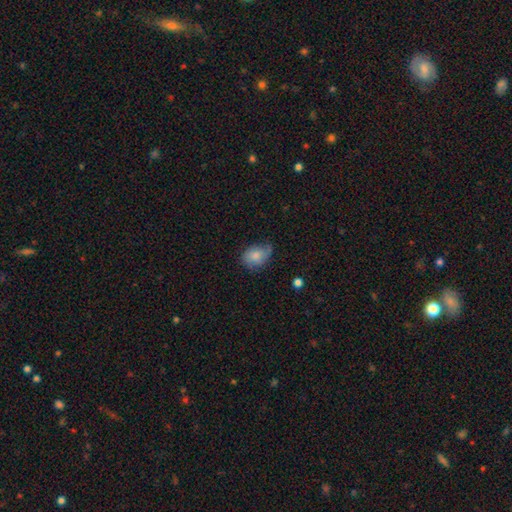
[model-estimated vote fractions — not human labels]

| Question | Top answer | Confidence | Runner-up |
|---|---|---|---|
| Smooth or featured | smooth | 74% | featured or disk (18%) |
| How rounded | in between | 69% | round (29%) |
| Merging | none | 48% | minor disturbance (38%) |